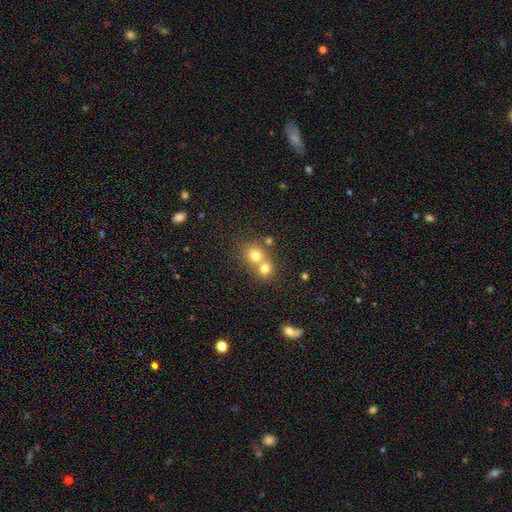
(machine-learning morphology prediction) Q: Smooth or featured?
A: smooth (74%); runner-up: star or artifact (13%)
Q: How rounded?
A: round (80%); runner-up: in between (19%)
Q: Merging?
A: merger (55%); runner-up: none (37%)